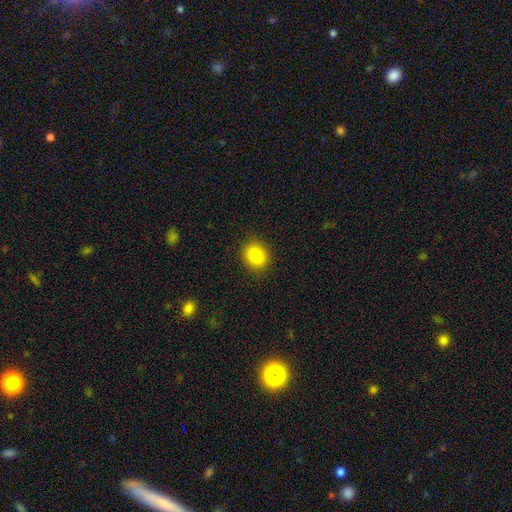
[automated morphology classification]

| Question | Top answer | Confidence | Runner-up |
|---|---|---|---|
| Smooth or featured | smooth | 85% | star or artifact (9%) |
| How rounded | round | 54% | in between (45%) |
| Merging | none | 89% | minor disturbance (8%) |